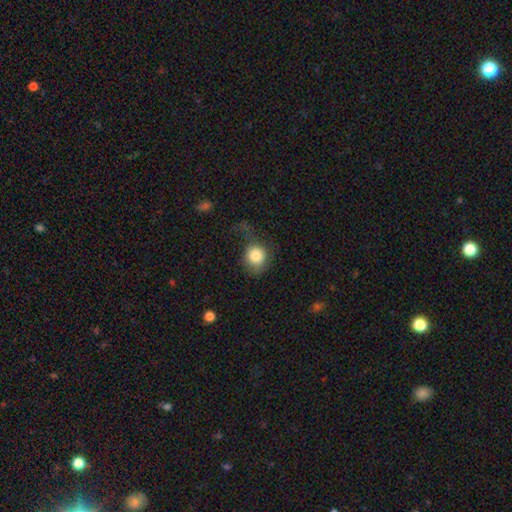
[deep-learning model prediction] Overall: smooth (83%). How rounded: round (84%). Merging: none (48%; minor disturbance 25%).